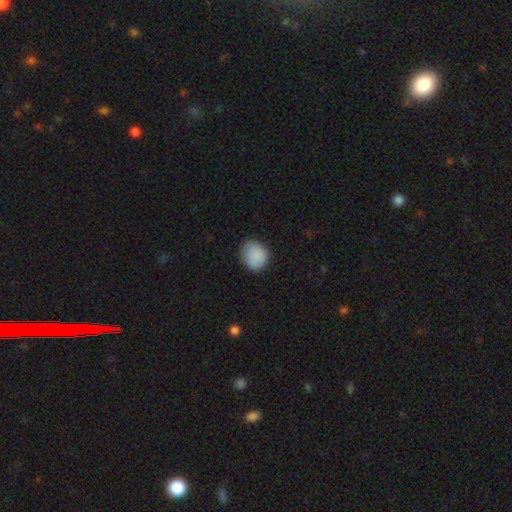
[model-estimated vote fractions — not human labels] Smooth or featured? Predicted: smooth (p=0.88). How rounded? Predicted: round (p=0.74). Merging? Predicted: none (p=0.80).